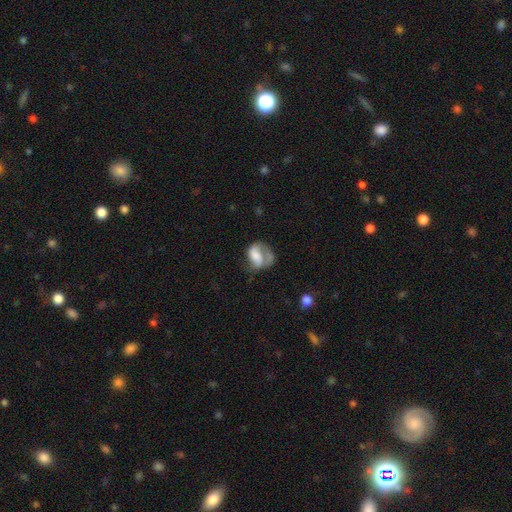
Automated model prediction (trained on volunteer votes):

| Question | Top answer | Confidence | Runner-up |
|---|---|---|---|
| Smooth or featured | smooth | 47% | featured or disk (44%) |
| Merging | major disturbance | 39% | none (28%) |